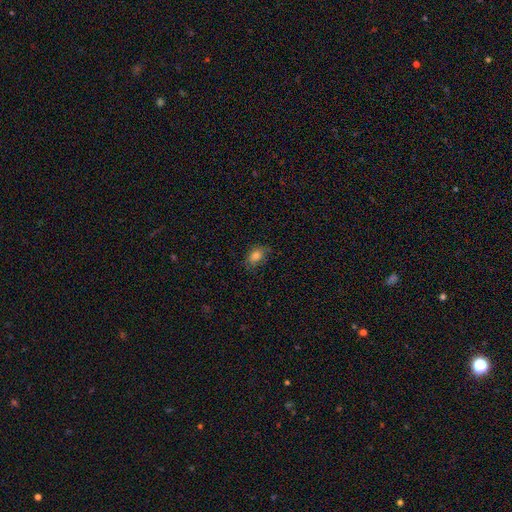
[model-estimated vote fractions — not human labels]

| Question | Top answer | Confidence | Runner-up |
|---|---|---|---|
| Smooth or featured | smooth | 77% | star or artifact (11%) |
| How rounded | in between | 75% | round (23%) |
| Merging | none | 66% | minor disturbance (24%) |